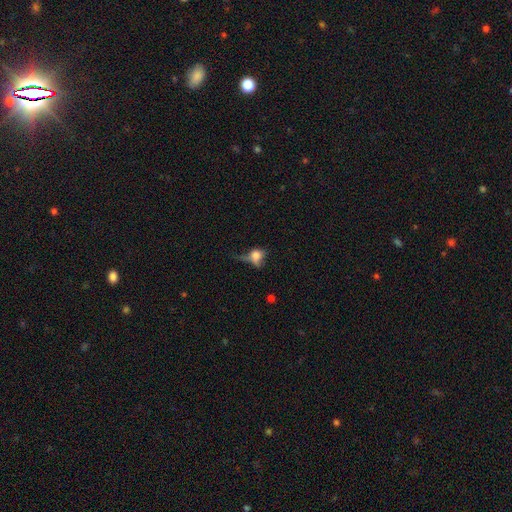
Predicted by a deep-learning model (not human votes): Morphology: type=smooth (63%); roundness=round (48%); merging=major disturbance (37%).